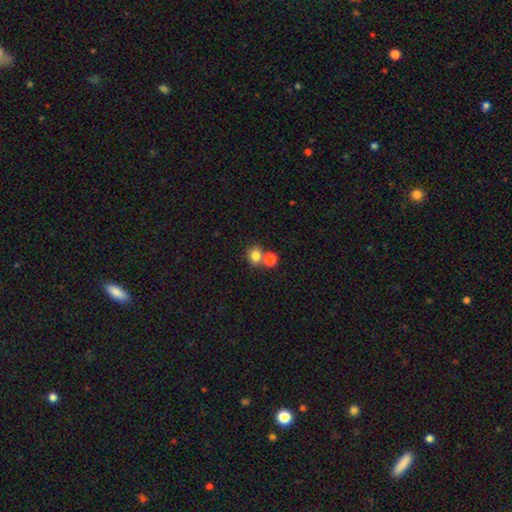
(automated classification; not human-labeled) smooth 79%, star or artifact 13%, featured or disk 8%. Down the decision tree: how rounded — round (69%); merging — none (55%).